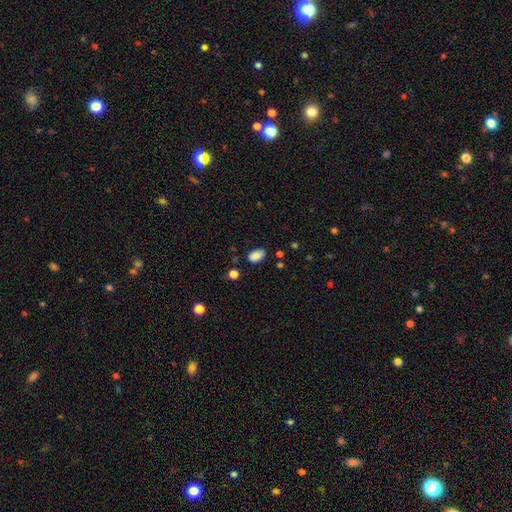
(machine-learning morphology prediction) Q: Smooth or featured?
A: smooth (86%); runner-up: star or artifact (9%)
Q: How rounded?
A: in between (88%); runner-up: round (11%)
Q: Merging?
A: none (80%); runner-up: minor disturbance (14%)